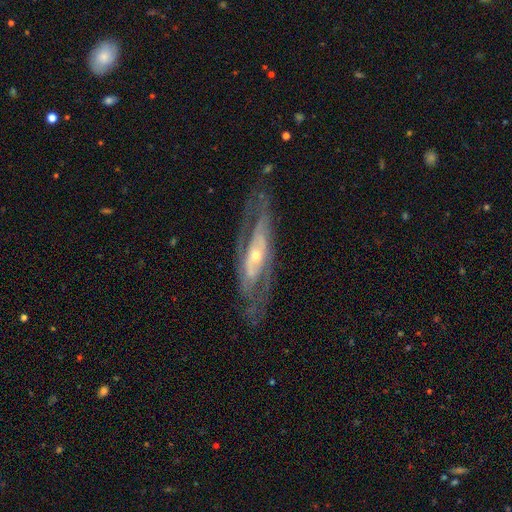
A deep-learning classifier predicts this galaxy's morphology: type=featured or disk (85%); edge-on=no (78%); bar=no (49%); spiral arms=yes (82%); winding=tight (46%); arm count=2 (62%); bulge=small (57%); merging=none (77%).